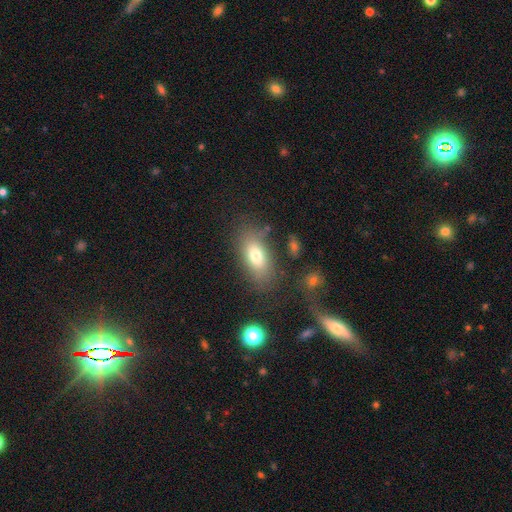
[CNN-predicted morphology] Smooth or featured?
  - smooth: 74% *
  - featured or disk: 15%
  - star or artifact: 10%
How rounded?
  - in between: 88% *
  - round: 7%
  - cigar-shaped: 5%
Merging?
  - none: 73% *
  - minor disturbance: 16%
  - major disturbance: 7%
  - merger: 4%